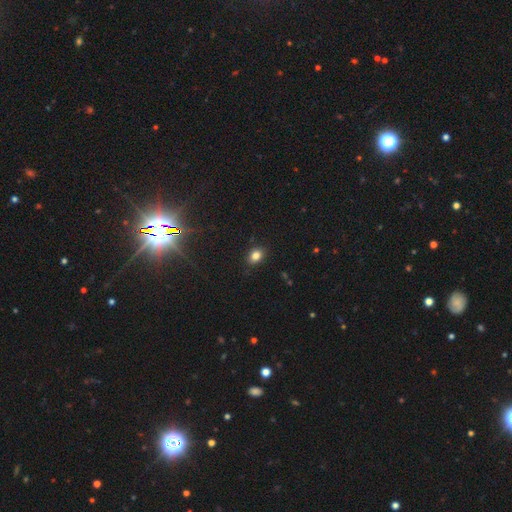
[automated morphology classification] This appears to be a smooth galaxy with no disk features (82%) that is in between round and cigar-shaped (63%). Merging: none (86%).